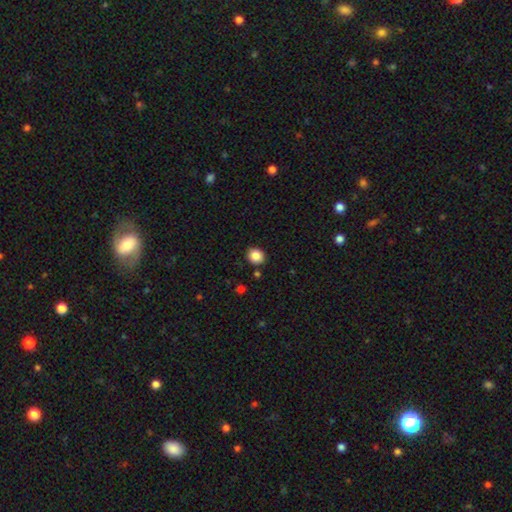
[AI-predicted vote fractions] Smooth or featured: smooth — 86% (star or artifact — 10%)
How rounded: round — 78% (in between — 21%)
Merging: none — 89% (minor disturbance — 7%)